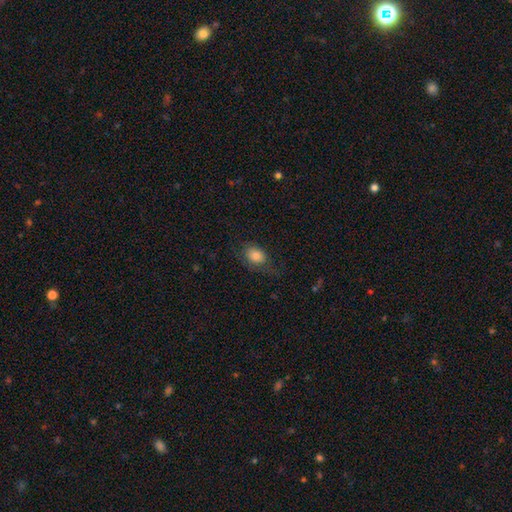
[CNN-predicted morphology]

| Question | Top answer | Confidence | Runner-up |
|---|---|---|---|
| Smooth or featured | smooth | 81% | featured or disk (11%) |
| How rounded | in between | 71% | round (27%) |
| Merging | none | 61% | minor disturbance (23%) |